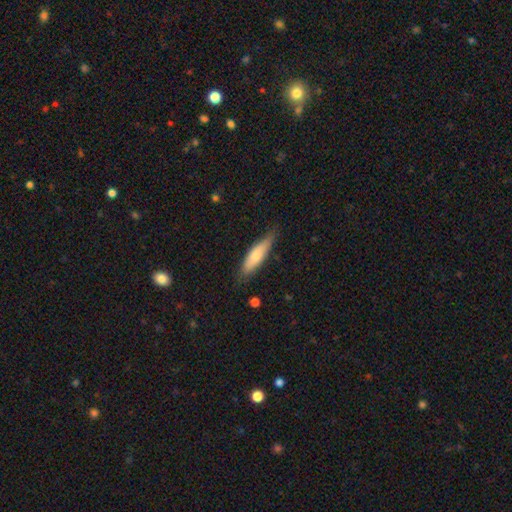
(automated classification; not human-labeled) This appears to be a smooth galaxy with no disk features (69%) that is cigar-shaped (58%). Merging: none (74%).